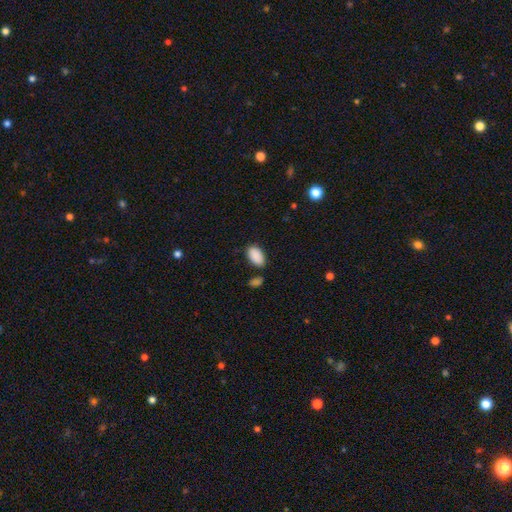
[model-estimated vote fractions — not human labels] Q: Smooth or featured?
A: smooth (90%); runner-up: star or artifact (7%)
Q: How rounded?
A: in between (95%); runner-up: round (4%)
Q: Merging?
A: none (76%); runner-up: minor disturbance (14%)